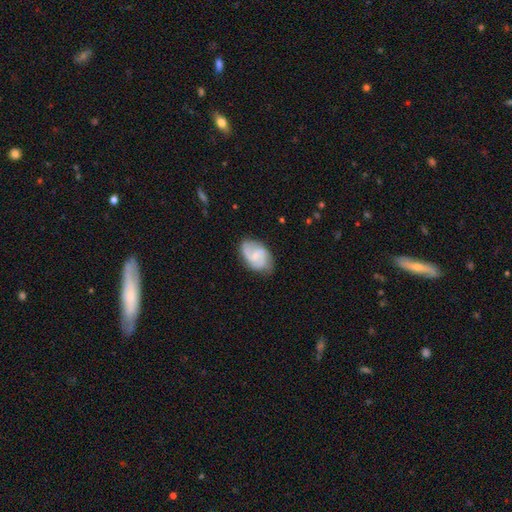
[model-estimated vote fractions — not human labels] This appears to be a featured or disk galaxy (73%) with a weak bar (51%), 2 (71%) medium (50%) spiral arms (94%) and a small central bulge (62%). Merging: none (74%).